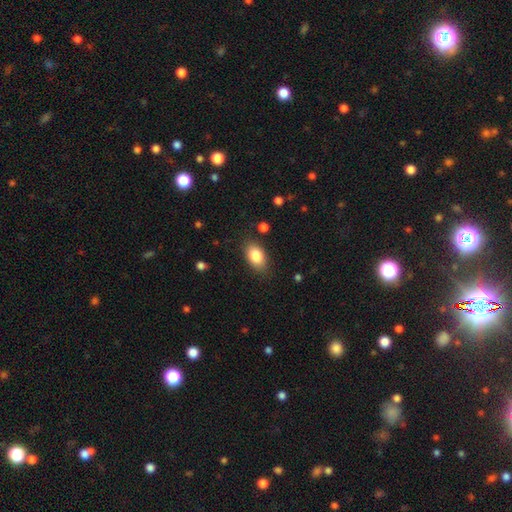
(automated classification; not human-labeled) Smooth or featured? smooth (84%)
How rounded? in between (89%)
Merging? none (84%)